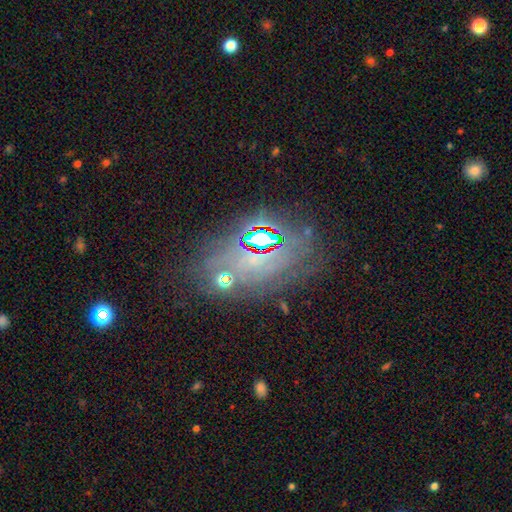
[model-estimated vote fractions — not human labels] Smooth or featured? Predicted: star or artifact (p=0.45).